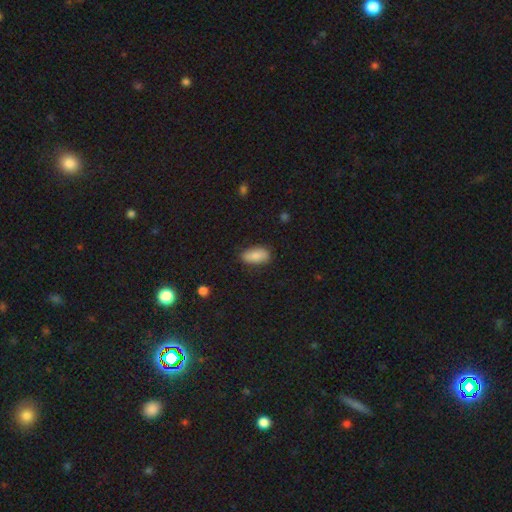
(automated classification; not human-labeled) A smooth galaxy with no disk features (85%) that is in between round and cigar-shaped (89%).

Vote fractions:
- Smooth or featured? smooth: 85% / featured or disk: 8% / star or artifact: 7%
- How rounded? in between: 89% / cigar-shaped: 8% / round: 3%
- Merging? none: 82% / minor disturbance: 14% / major disturbance: 3% / merger: 1%